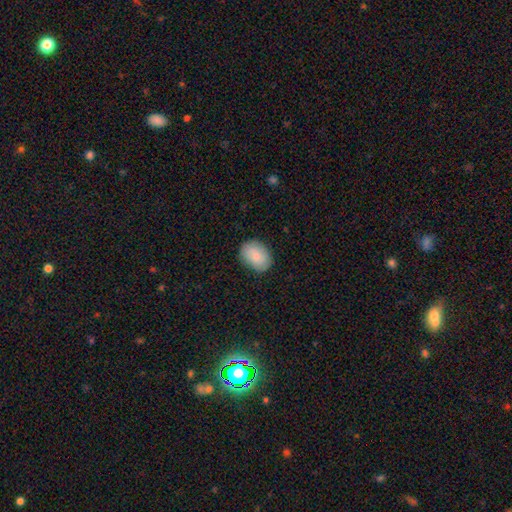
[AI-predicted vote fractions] This is clearly a smooth galaxy (85%). How rounded: likely in between (76%). Merging: clearly none (84%).